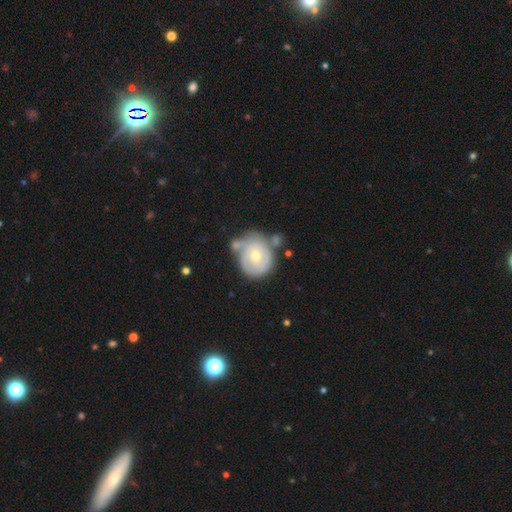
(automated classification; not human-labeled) A featured or disk galaxy (53%) with no bar (81%), spiral arms (54%) and a moderate central bulge (55%). Merging: none (44%).